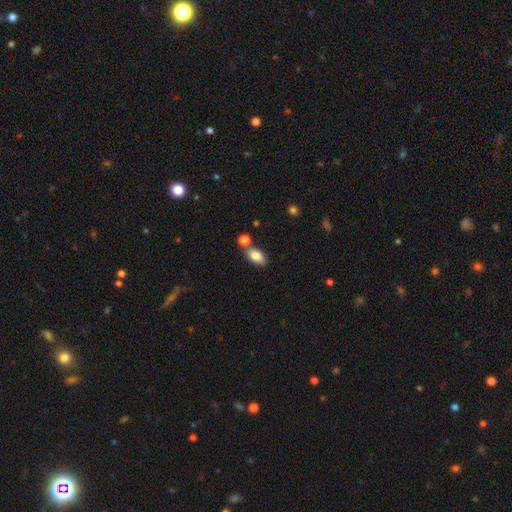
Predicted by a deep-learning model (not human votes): Smooth or featured?
  - smooth: 83% *
  - featured or disk: 9%
  - star or artifact: 8%
How rounded?
  - in between: 89% *
  - round: 8%
  - cigar-shaped: 3%
Merging?
  - none: 65% *
  - merger: 20%
  - minor disturbance: 12%
  - major disturbance: 3%